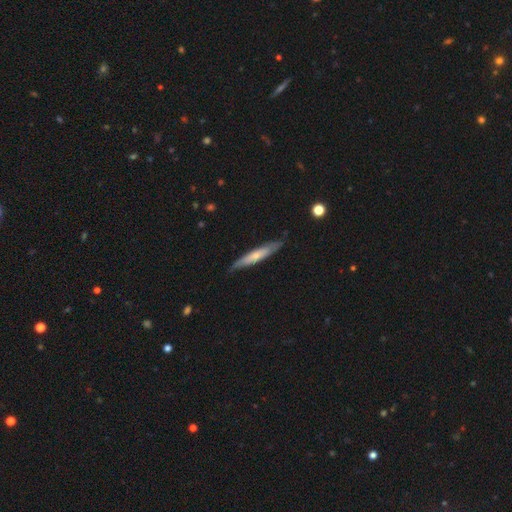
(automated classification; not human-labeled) smooth_or_featured: smooth (p=0.53) [alt: featured or disk p=0.42]
how_rounded: cigar-shaped (p=0.90) [alt: in between p=0.08]
merging: none (p=0.79) [alt: minor disturbance p=0.17]